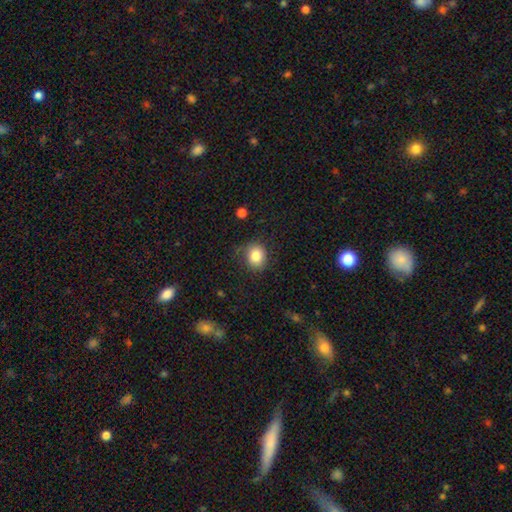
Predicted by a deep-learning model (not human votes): Smooth or featured? smooth (84%)
How rounded? round (66%)
Merging? none (78%)